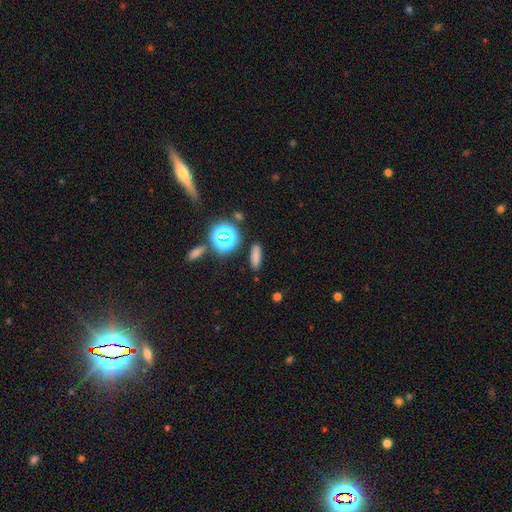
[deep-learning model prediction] smooth_or_featured: smooth (p=0.73) [alt: star or artifact p=0.20]
how_rounded: cigar-shaped (p=0.52) [alt: in between p=0.39]
merging: none (p=0.85) [alt: minor disturbance p=0.09]